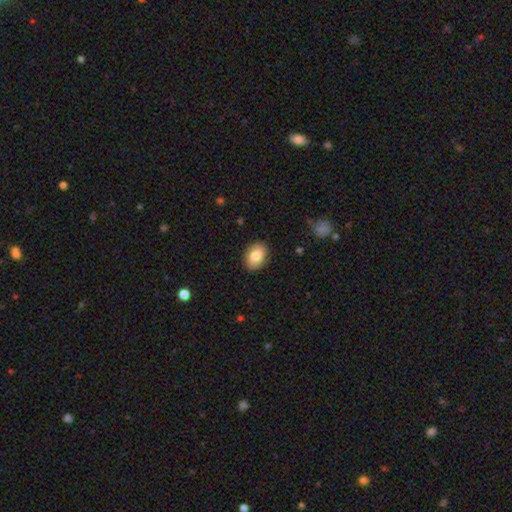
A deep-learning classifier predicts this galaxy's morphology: A smooth galaxy with no disk features (83%) that is in between round and cigar-shaped (72%). Merging: none (87%).